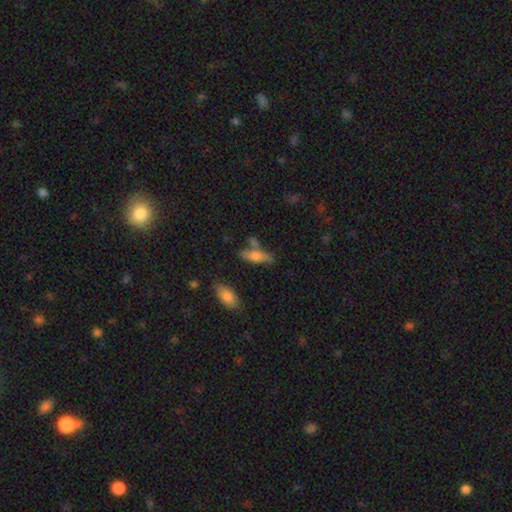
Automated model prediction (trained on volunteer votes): Morphology: type=smooth (68%); roundness=in between (52%); merging=none (58%).